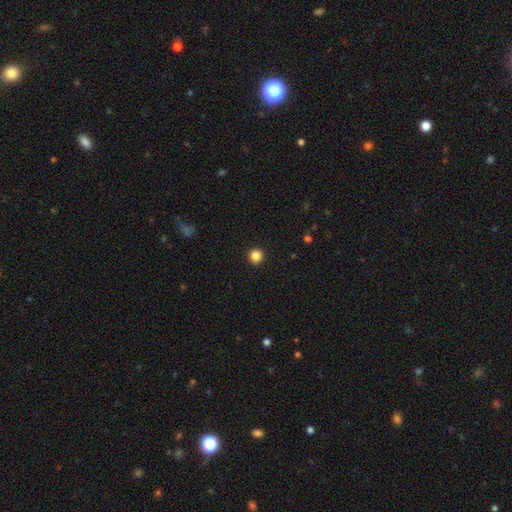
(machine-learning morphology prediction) Q: Smooth or featured?
A: smooth (85%); runner-up: star or artifact (11%)
Q: How rounded?
A: round (94%); runner-up: in between (5%)
Q: Merging?
A: none (93%); runner-up: minor disturbance (4%)